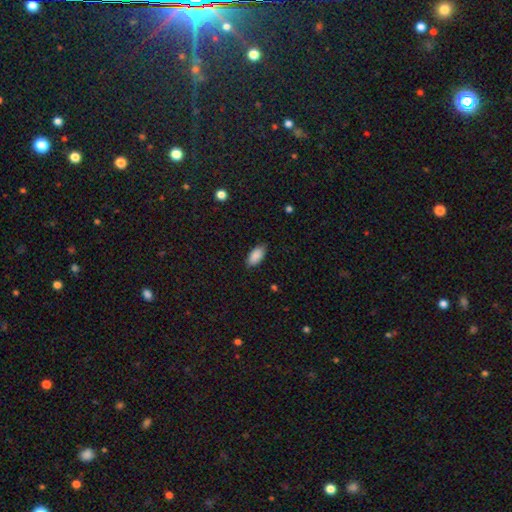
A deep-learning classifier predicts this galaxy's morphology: This appears to be a smooth galaxy with no disk features (89%) that is in between round and cigar-shaped (93%). Merging: none (82%).